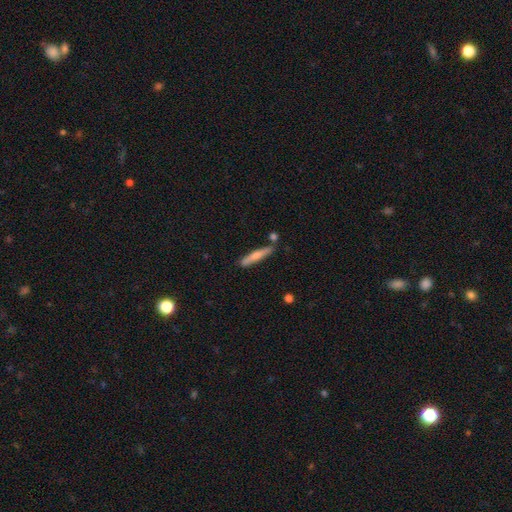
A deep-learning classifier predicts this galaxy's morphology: A smooth galaxy with no disk features (66%) that is cigar-shaped (91%). Merging: none (76%).